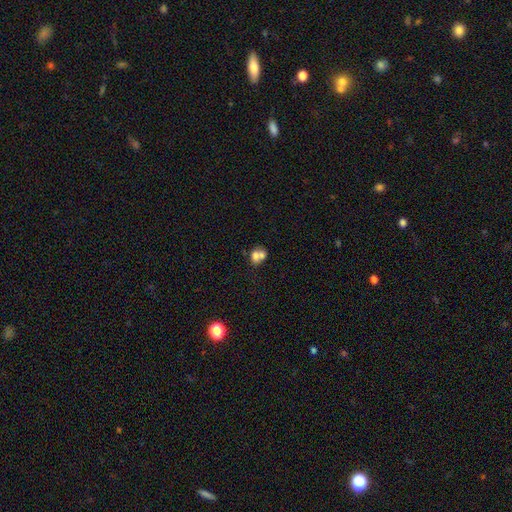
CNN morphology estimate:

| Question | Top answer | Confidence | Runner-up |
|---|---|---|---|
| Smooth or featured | smooth | 66% | featured or disk (23%) |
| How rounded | round | 54% | in between (45%) |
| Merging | merger | 65% | none (23%) |